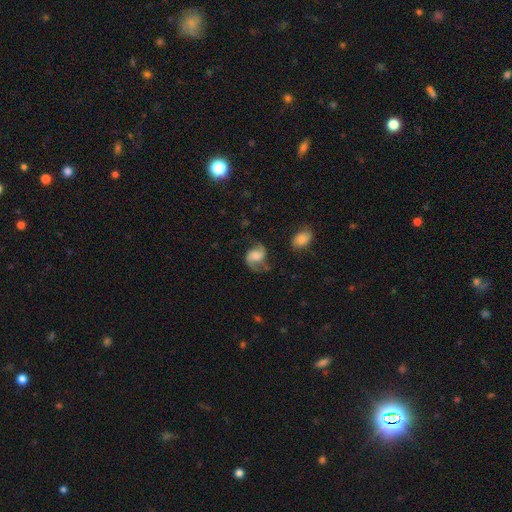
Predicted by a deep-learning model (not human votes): Smooth or featured? featured or disk (71%)
Edge-on disk? no (98%)
Bar? no (56%)
Spiral arms? yes (93%)
Spiral winding? loose (49%)
Spiral arm count? 2 (87%)
Bulge size? moderate (32%)
Merging? none (57%)